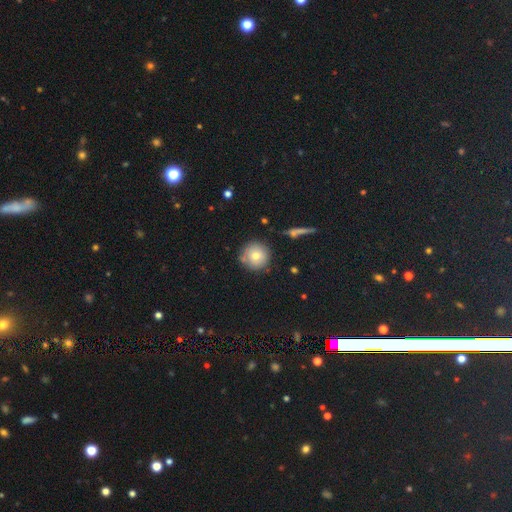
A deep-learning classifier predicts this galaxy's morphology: A smooth galaxy with no disk features (70%) that is round (95%). Merging: none (79%).